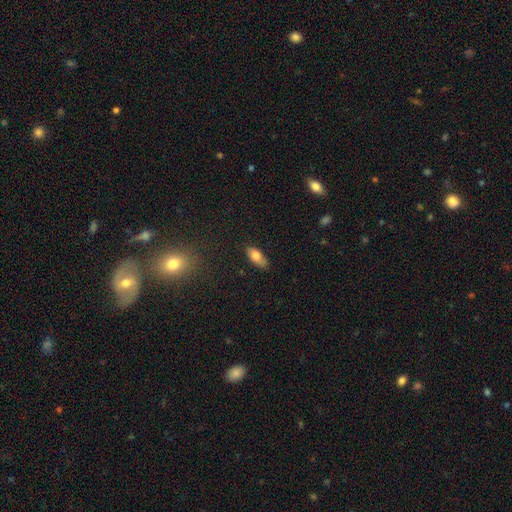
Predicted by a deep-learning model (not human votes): Smooth or featured: smooth — 76% (featured or disk — 17%)
How rounded: in between — 84% (cigar-shaped — 13%)
Merging: none — 76% (minor disturbance — 19%)